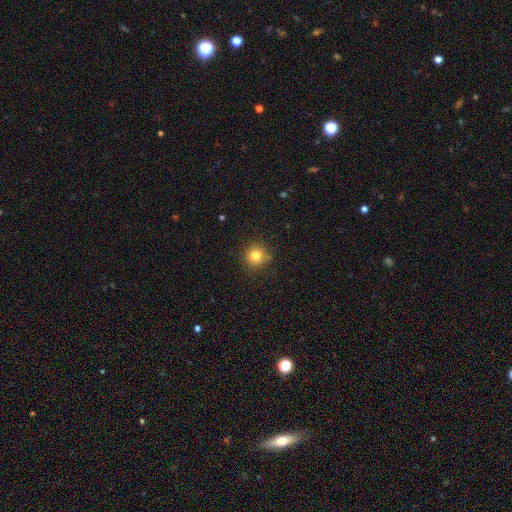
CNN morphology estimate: Smooth or featured? smooth (80%)
How rounded? round (94%)
Merging? none (89%)